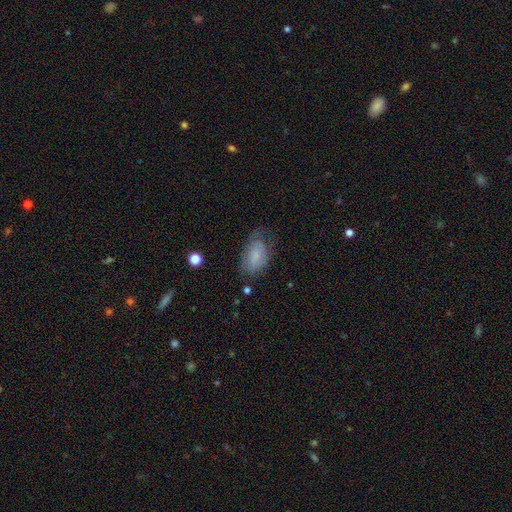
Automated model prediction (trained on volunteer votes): Overall: smooth (65%; featured or disk 26%). How rounded: in between (91%). Merging: none (50%; minor disturbance 30%).